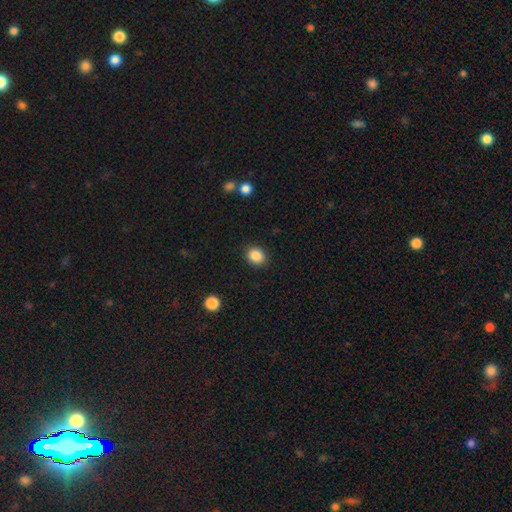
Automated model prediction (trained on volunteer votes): smooth-or-featured: smooth: 87% | star or artifact: 9% | featured or disk: 4%
  how-rounded: round: 52% | in between: 47% | cigar-shaped: 1%
  merging: none: 89% | minor disturbance: 7% | major disturbance: 2% | merger: 1%